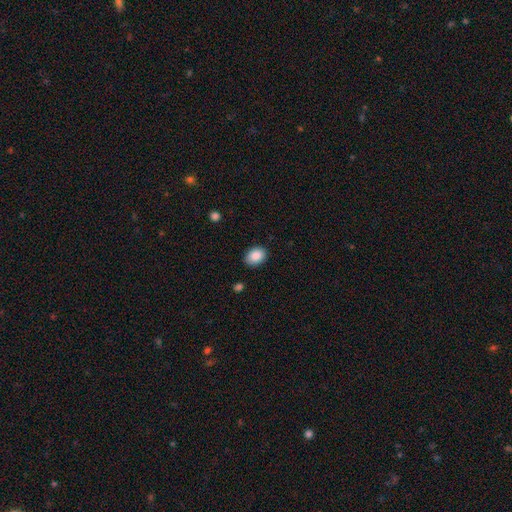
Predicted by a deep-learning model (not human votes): Smooth or featured: smooth — 88% (star or artifact — 7%)
How rounded: in between — 75% (round — 24%)
Merging: none — 87% (minor disturbance — 10%)